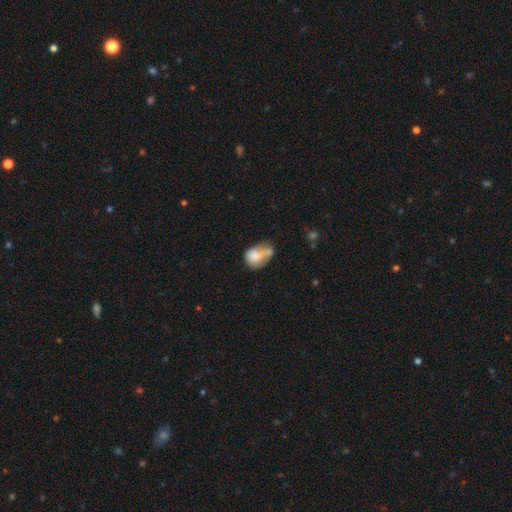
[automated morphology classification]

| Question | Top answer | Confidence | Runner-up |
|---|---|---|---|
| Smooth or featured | smooth | 68% | featured or disk (23%) |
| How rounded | in between | 58% | round (41%) |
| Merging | merger | 48% | none (21%) |